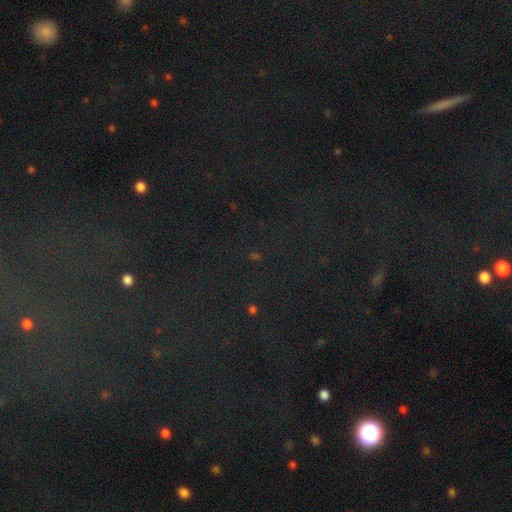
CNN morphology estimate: This appears to be a star or artifact, not a galaxy (79%).